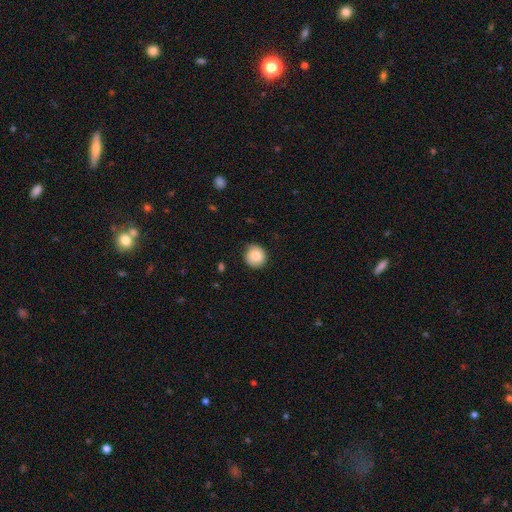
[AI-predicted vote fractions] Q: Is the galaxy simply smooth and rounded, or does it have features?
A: smooth — 83%.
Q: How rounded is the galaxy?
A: round — 86%.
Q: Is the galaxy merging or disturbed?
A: none — 81%.